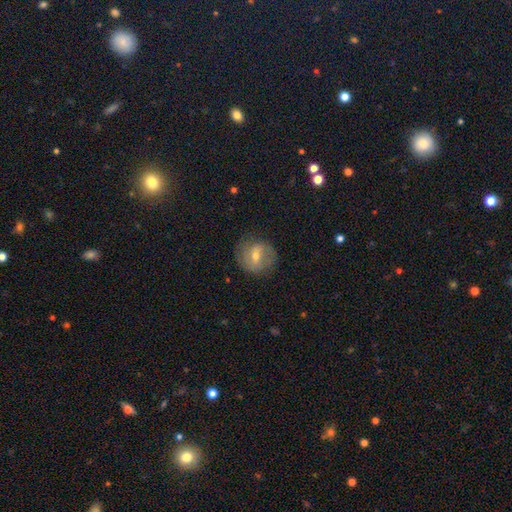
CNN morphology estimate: Smooth or featured? Predicted: featured or disk (p=0.62). Edge-on disk? Predicted: no (p=0.95). Bar? Predicted: weak (p=0.49). Spiral arms? Predicted: yes (p=0.75). Bulge size? Predicted: moderate (p=0.52). Merging? Predicted: none (p=0.76).